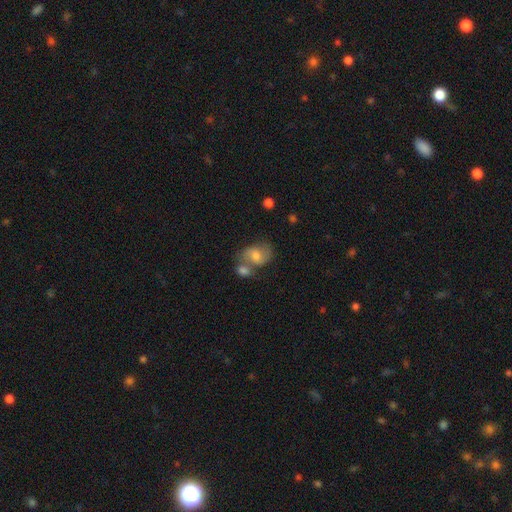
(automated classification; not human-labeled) Smooth or featured?
  - featured or disk: 47% *
  - smooth: 43%
  - star or artifact: 9%
Merging?
  - none: 40% *
  - merger: 39%
  - minor disturbance: 14%
  - major disturbance: 7%